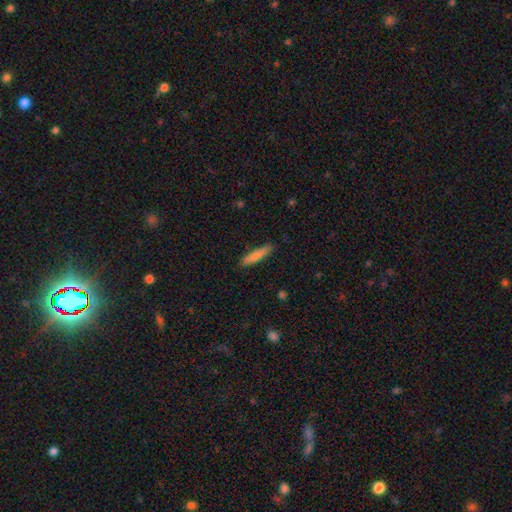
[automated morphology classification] smooth-or-featured: smooth: 77% | featured or disk: 18% | star or artifact: 6%
  how-rounded: cigar-shaped: 84% | in between: 15% | round: 1%
  merging: none: 87% | minor disturbance: 10% | major disturbance: 2% | merger: 1%